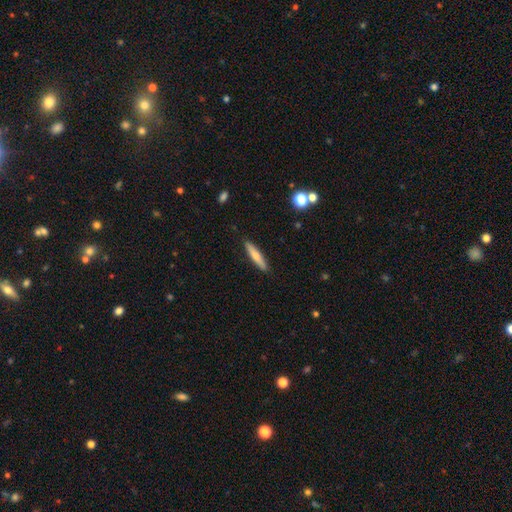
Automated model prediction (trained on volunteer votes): Smooth or featured? Predicted: smooth (p=0.61). How rounded? Predicted: cigar-shaped (p=0.87). Merging? Predicted: none (p=0.90).